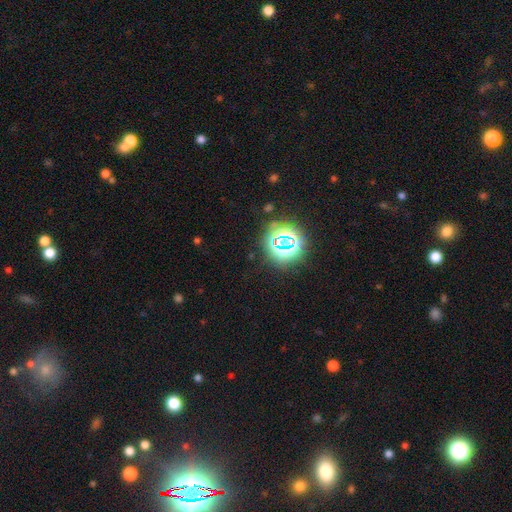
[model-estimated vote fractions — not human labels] A star or artifact, not a galaxy (80%).

Vote fractions:
- Smooth or featured? star or artifact: 80% / smooth: 13% / featured or disk: 7%